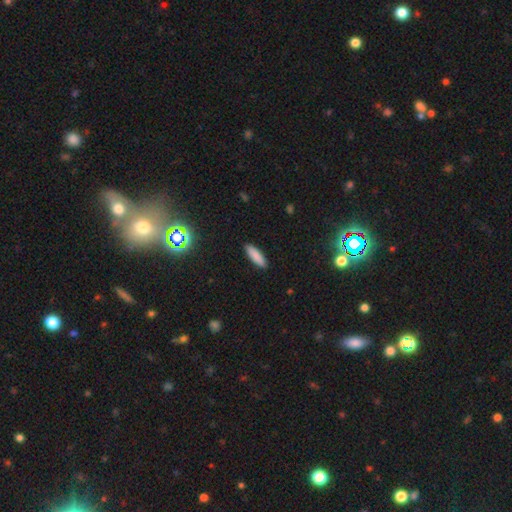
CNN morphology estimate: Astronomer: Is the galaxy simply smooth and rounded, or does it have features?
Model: smooth — 86%.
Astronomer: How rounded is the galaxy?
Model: cigar-shaped — 57% (runner-up: in between, 41%).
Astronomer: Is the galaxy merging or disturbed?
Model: none — 90%.